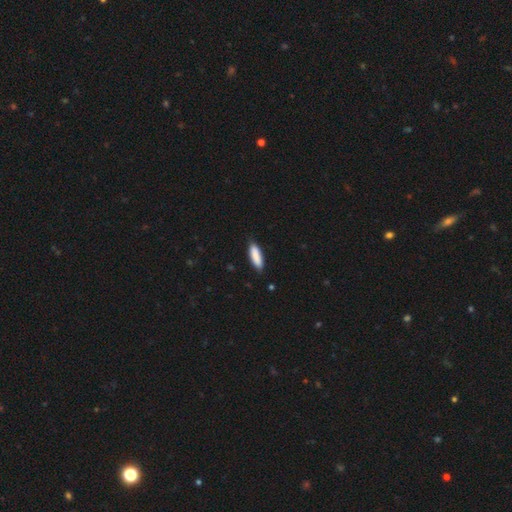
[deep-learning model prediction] Smooth or featured?
  - smooth: 88% *
  - featured or disk: 6%
  - star or artifact: 6%
How rounded?
  - cigar-shaped: 53% *
  - in between: 45%
  - round: 1%
Merging?
  - none: 85% *
  - minor disturbance: 12%
  - major disturbance: 2%
  - merger: 1%